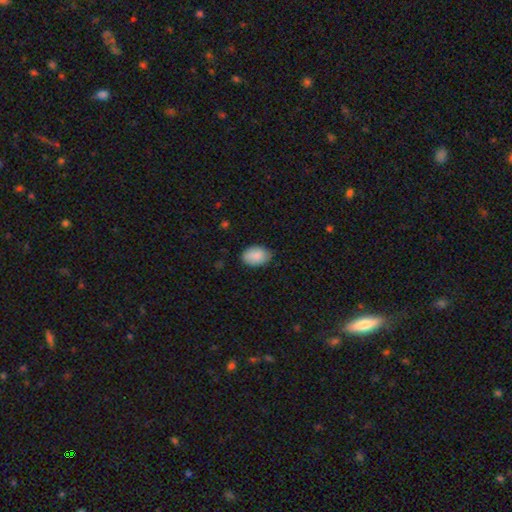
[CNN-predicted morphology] Smooth or featured? Predicted: smooth (p=0.88). How rounded? Predicted: in between (p=0.86). Merging? Predicted: none (p=0.79).